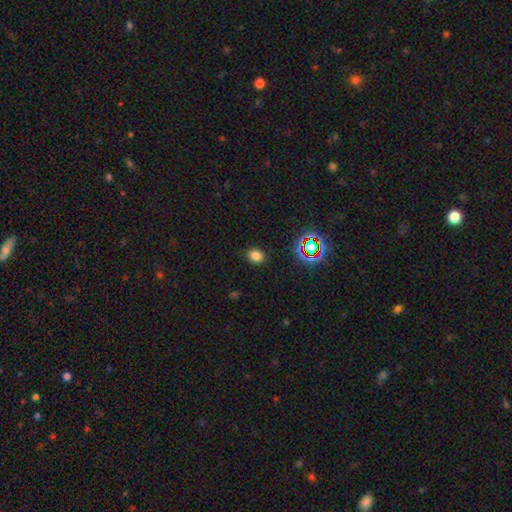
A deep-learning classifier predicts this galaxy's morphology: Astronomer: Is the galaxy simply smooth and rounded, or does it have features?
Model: smooth — 77%.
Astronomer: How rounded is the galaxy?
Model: round — 55% (runner-up: in between, 44%).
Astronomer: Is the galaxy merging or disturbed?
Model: none — 86%.